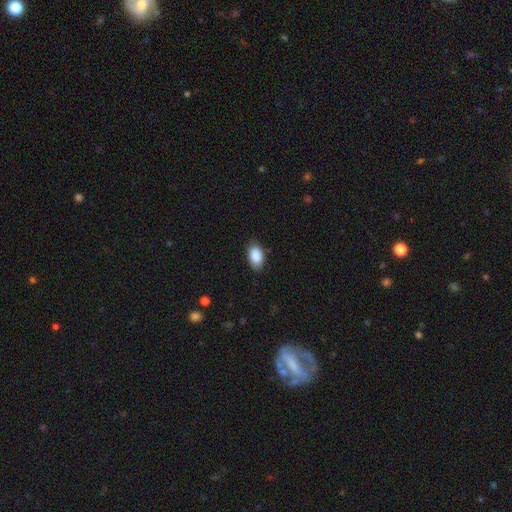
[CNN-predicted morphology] Smooth or featured? Predicted: smooth (p=0.89). How rounded? Predicted: in between (p=0.93). Merging? Predicted: none (p=0.82).